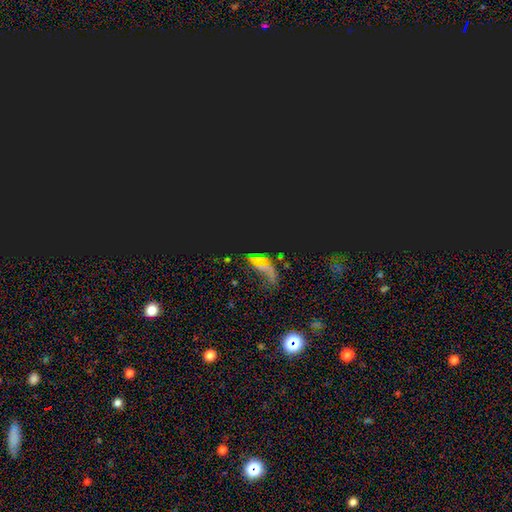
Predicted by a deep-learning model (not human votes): Smooth or featured? Predicted: star or artifact (p=0.64).